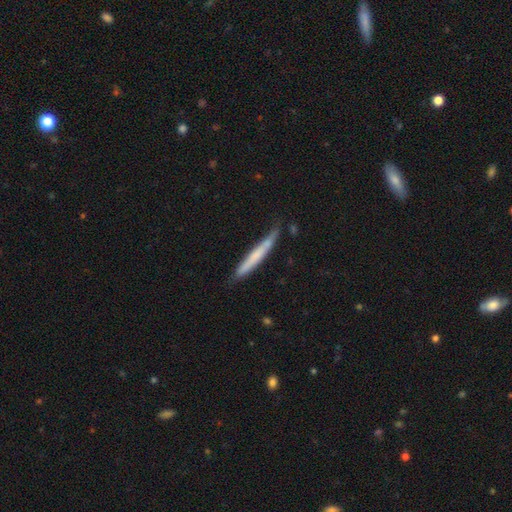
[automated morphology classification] Smooth or featured: smooth — 59% (featured or disk — 35%)
How rounded: cigar-shaped — 96% (in between — 3%)
Merging: none — 72% (minor disturbance — 22%)